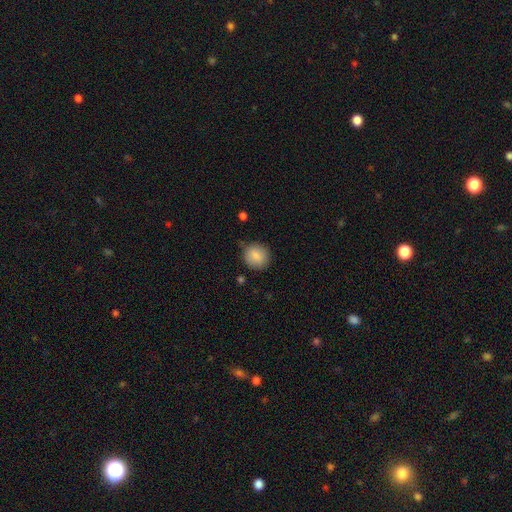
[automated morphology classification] A smooth galaxy with no disk features (86%) that is round (82%). Merging: none (79%).